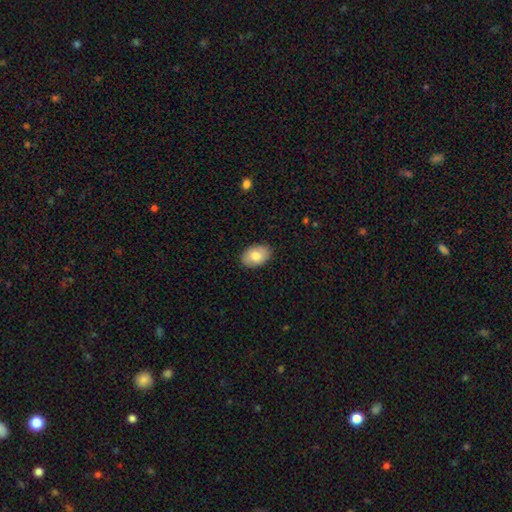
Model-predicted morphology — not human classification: A smooth galaxy with no disk features (79%) that is in between round and cigar-shaped (86%).

Vote fractions:
- Smooth or featured? smooth: 79% / featured or disk: 14% / star or artifact: 7%
- How rounded? in between: 86% / round: 13% / cigar-shaped: 1%
- Merging? none: 88% / minor disturbance: 9% / major disturbance: 2% / merger: 1%